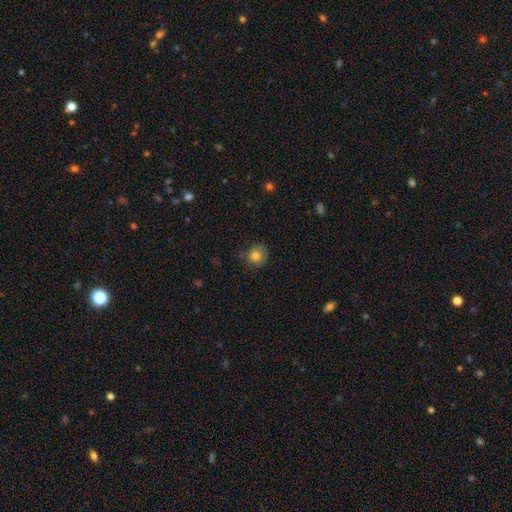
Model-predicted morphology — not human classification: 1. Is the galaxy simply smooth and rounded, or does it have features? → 79% smooth, 11% featured or disk, 10% star or artifact.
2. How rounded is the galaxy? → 87% round, 12% in between, 1% cigar-shaped.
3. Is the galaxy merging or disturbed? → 73% none, 21% minor disturbance, 4% major disturbance, 2% merger.